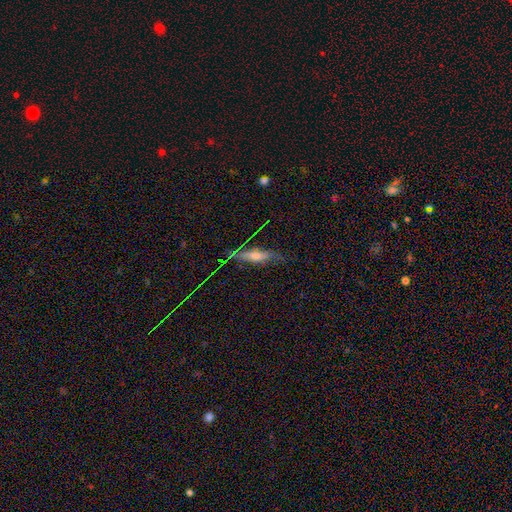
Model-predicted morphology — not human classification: The model was most divided on "smooth or featured": featured or disk: 49%, smooth: 36%, star or artifact: 15%. More confident: merging — none (68%).